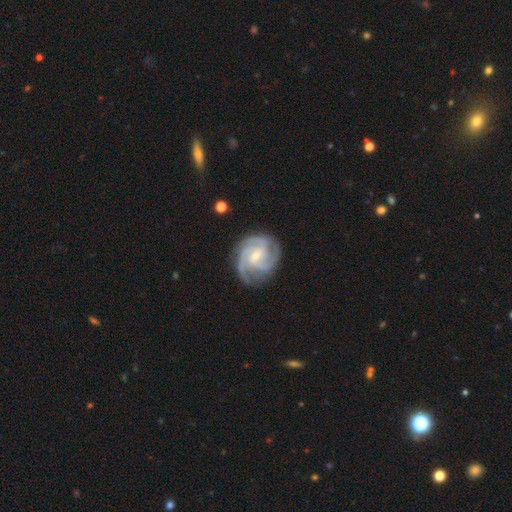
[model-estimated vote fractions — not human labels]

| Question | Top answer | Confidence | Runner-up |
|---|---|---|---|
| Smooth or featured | featured or disk | 90% | smooth (5%) |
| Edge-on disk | no | 98% | yes (2%) |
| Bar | weak | 45% | no (44%) |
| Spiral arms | yes | 98% | no (2%) |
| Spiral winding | tight | 56% | medium (38%) |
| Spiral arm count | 3 | 52% | 4 (23%) |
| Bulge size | small | 62% | moderate (32%) |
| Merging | none | 78% | minor disturbance (16%) |